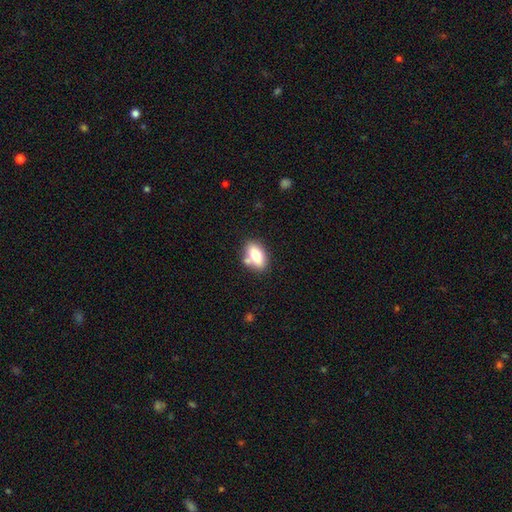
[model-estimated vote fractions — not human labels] A smooth galaxy with no disk features (72%) that is in between round and cigar-shaped (86%).

Vote fractions:
- Smooth or featured? smooth: 72% / featured or disk: 20% / star or artifact: 8%
- How rounded? in between: 86% / round: 8% / cigar-shaped: 6%
- Merging? none: 68% / merger: 15% / minor disturbance: 13% / major disturbance: 4%